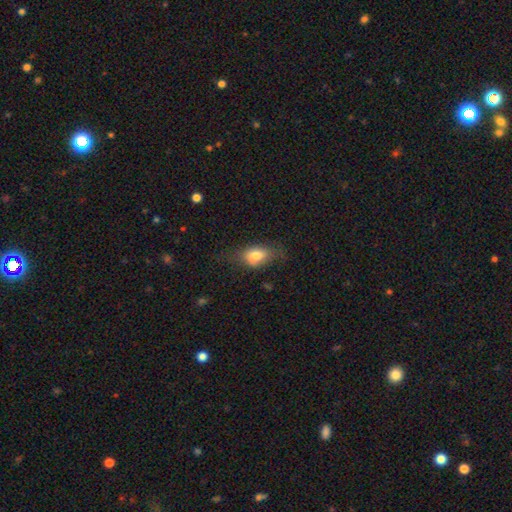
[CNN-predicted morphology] A smooth galaxy with no disk features (73%) that is in between round and cigar-shaped (81%).

Vote fractions:
- Smooth or featured? smooth: 73% / featured or disk: 18% / star or artifact: 9%
- How rounded? in between: 81% / round: 15% / cigar-shaped: 4%
- Merging? none: 53% / minor disturbance: 29% / major disturbance: 16% / merger: 2%